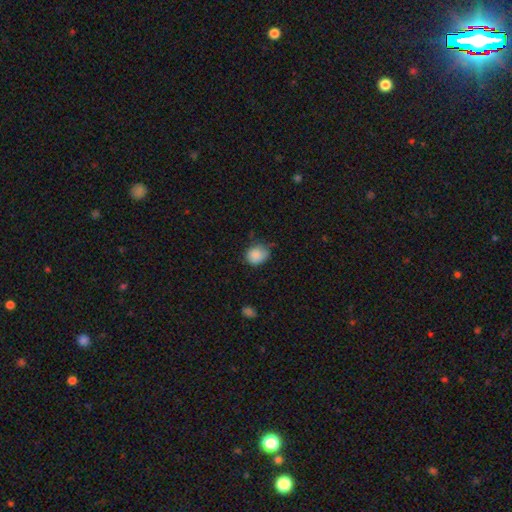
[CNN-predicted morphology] A smooth galaxy with no disk features (86%) that is round (60%).

Vote fractions:
- Smooth or featured? smooth: 86% / star or artifact: 9% / featured or disk: 6%
- How rounded? round: 60% / in between: 39% / cigar-shaped: 1%
- Merging? none: 59% / minor disturbance: 33% / major disturbance: 6% / merger: 2%